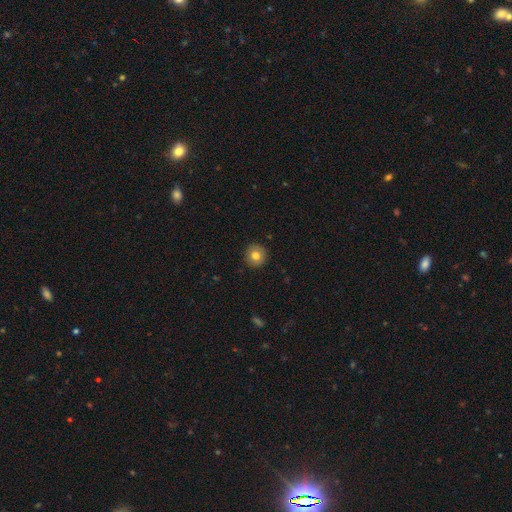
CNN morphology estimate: smooth_or_featured: smooth (p=0.79) [alt: featured or disk p=0.11]
how_rounded: round (p=0.93) [alt: in between p=0.06]
merging: none (p=0.92) [alt: minor disturbance p=0.06]